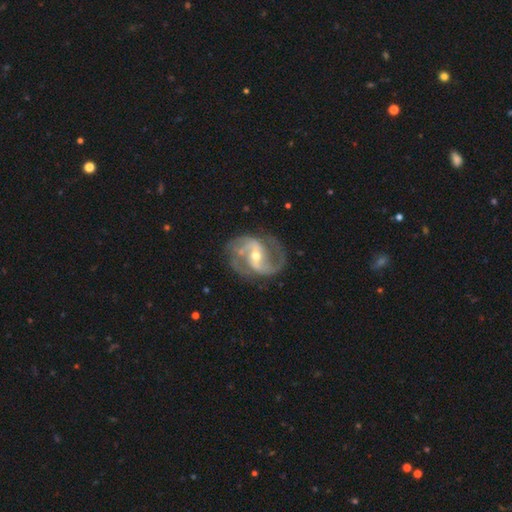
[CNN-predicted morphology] type=featured or disk (90%); edge-on=no (97%); bar=weak (40%); spiral arms=yes (97%); winding=medium (54%); arm count=2 (80%); bulge=moderate (52%); merging=none (71%).